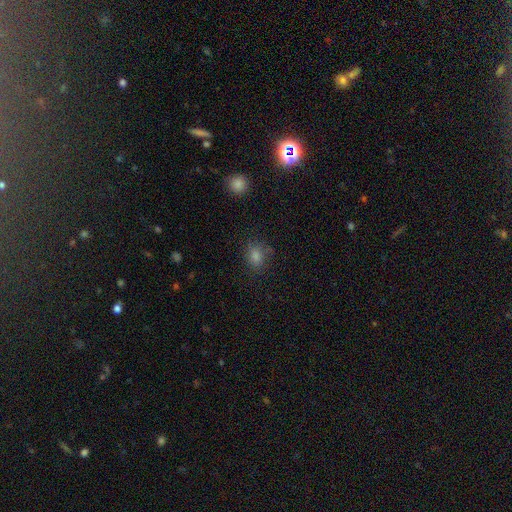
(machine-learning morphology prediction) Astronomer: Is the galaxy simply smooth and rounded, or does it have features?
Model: smooth — 70%.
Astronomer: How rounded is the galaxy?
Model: round — 60% (runner-up: in between, 38%).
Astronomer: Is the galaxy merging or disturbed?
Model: none — 78%.